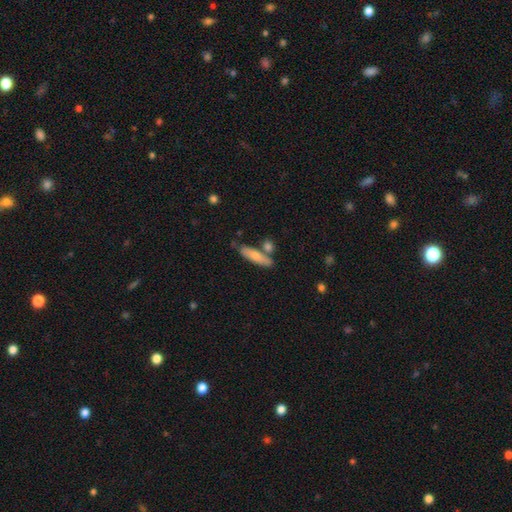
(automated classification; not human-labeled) Morphology: type=smooth (75%); roundness=cigar-shaped (64%); merging=none (66%).